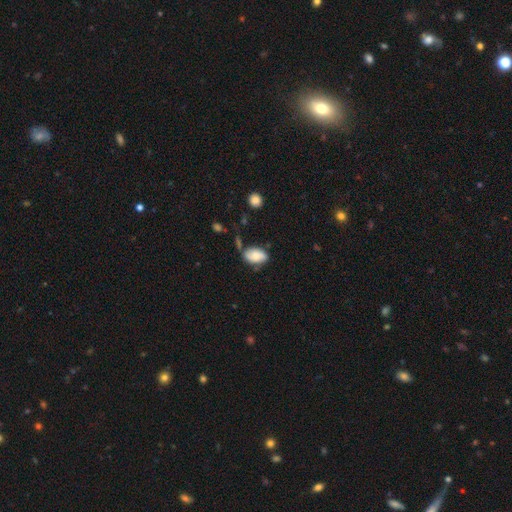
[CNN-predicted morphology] A smooth galaxy with no disk features (73%) that is in between round and cigar-shaped (91%).

Vote fractions:
- Smooth or featured? smooth: 73% / featured or disk: 19% / star or artifact: 8%
- How rounded? in between: 91% / round: 7% / cigar-shaped: 2%
- Merging? none: 58% / minor disturbance: 28% / major disturbance: 7% / merger: 6%